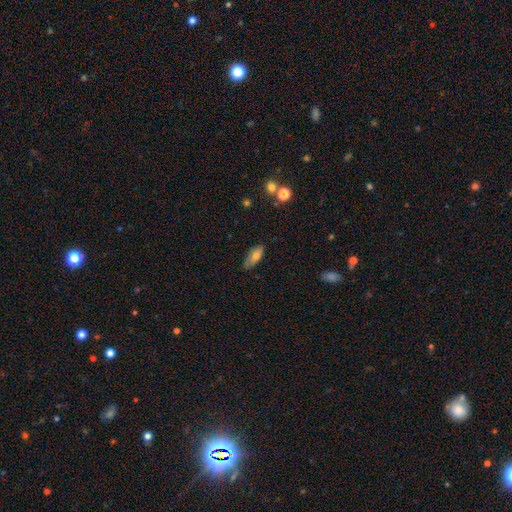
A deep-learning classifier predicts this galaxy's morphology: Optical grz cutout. It shows a smooth galaxy with no disk features (69%) that is in between round and cigar-shaped (76%). Merging: none (77%).